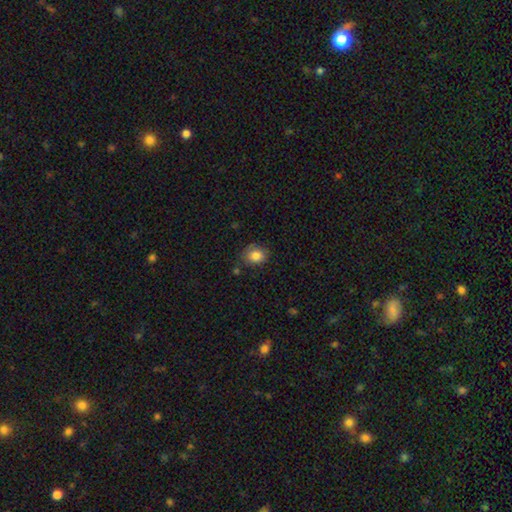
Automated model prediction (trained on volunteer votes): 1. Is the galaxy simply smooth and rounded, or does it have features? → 85% smooth, 10% star or artifact, 6% featured or disk.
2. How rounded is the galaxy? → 58% round, 41% in between, 1% cigar-shaped.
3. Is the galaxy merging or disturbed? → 76% none, 17% minor disturbance, 4% major disturbance, 3% merger.